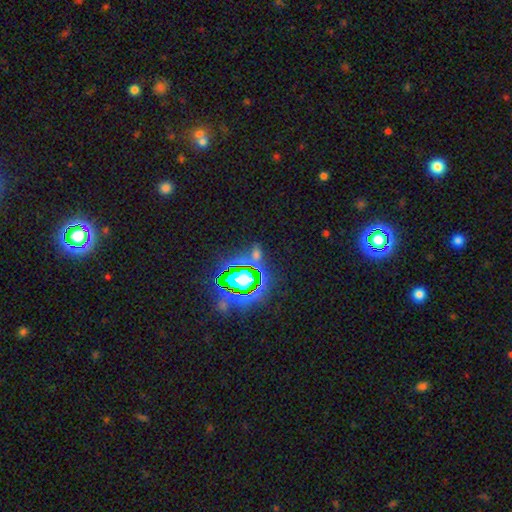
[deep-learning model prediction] A star or artifact, not a galaxy (63%).

Vote fractions:
- Smooth or featured? star or artifact: 63% / smooth: 26% / featured or disk: 11%